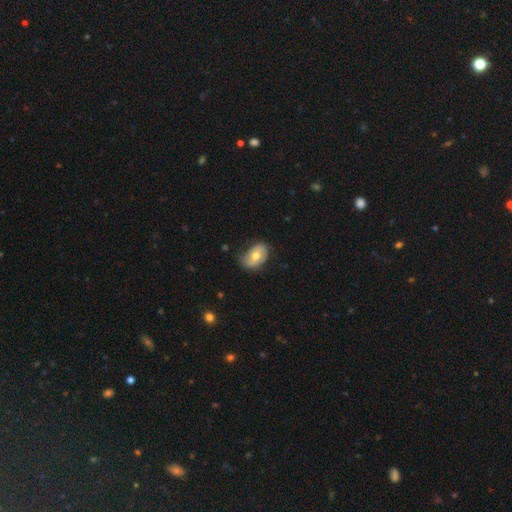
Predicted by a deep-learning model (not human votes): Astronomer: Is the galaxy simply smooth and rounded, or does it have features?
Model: smooth — 58% (runner-up: featured or disk, 35%).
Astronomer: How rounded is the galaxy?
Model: in between — 82%.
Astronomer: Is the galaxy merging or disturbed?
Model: none — 63%.